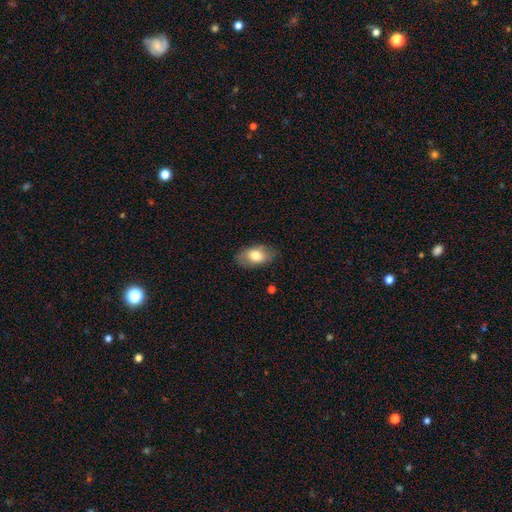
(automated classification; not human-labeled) Smooth or featured? Predicted: smooth (p=0.76). How rounded? Predicted: in between (p=0.91). Merging? Predicted: none (p=0.81).